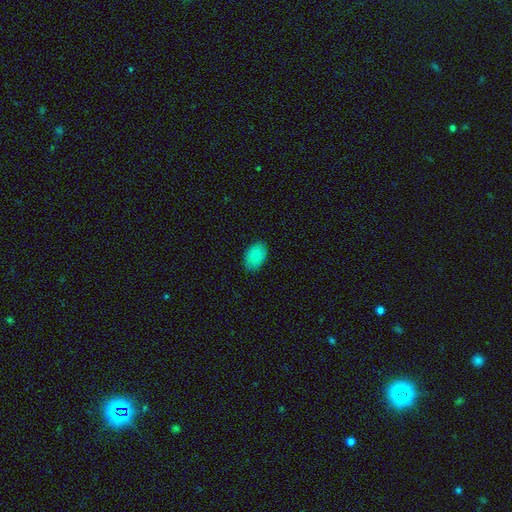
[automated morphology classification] smooth-or-featured: smooth: 85% | featured or disk: 8% | star or artifact: 7%
  how-rounded: in between: 87% | round: 12% | cigar-shaped: 1%
  merging: none: 88% | minor disturbance: 9% | major disturbance: 2% | merger: 1%